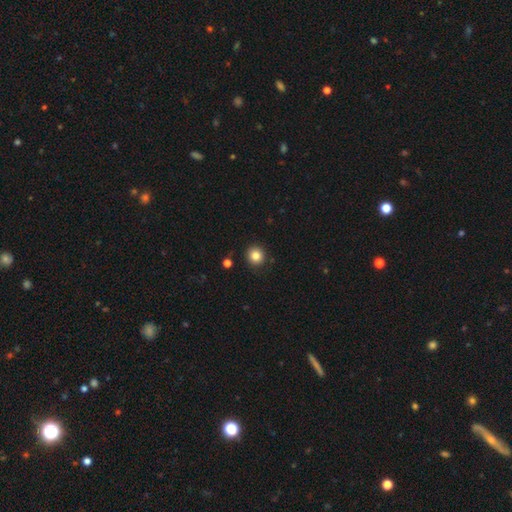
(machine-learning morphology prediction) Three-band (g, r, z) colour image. It shows a smooth galaxy with no disk features (84%) that is round (92%). Merging: none (90%).